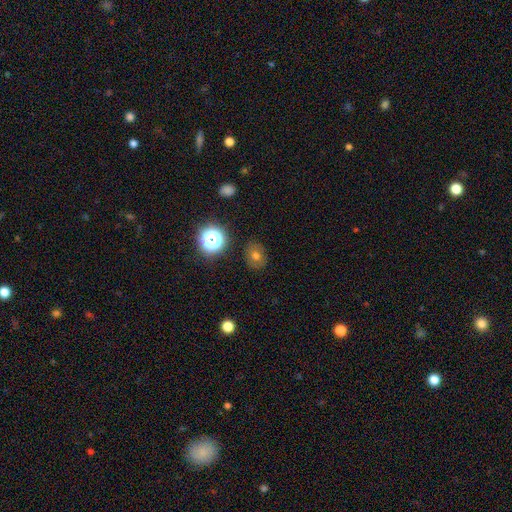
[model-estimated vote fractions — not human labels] This appears to be a smooth galaxy with no disk features (67%) that is round (60%). Merging: none (84%).